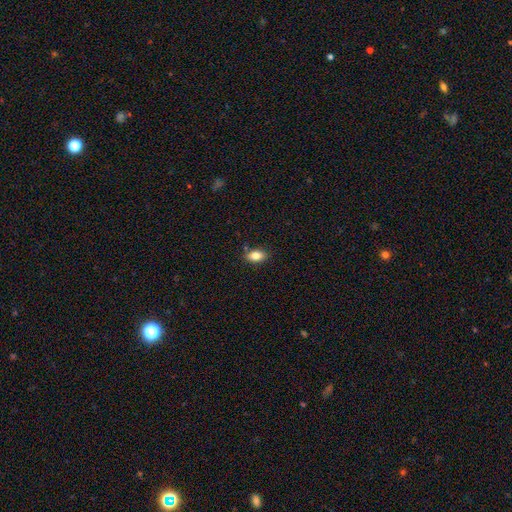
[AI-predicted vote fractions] smooth_or_featured: smooth (p=0.82) [alt: featured or disk p=0.09]
how_rounded: in between (p=0.88) [alt: round p=0.09]
merging: none (p=0.84) [alt: minor disturbance p=0.11]